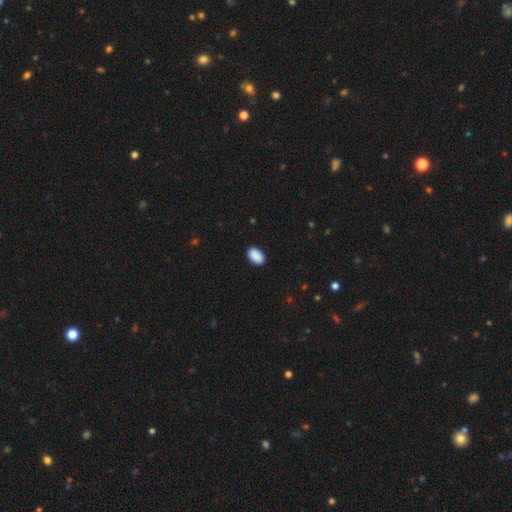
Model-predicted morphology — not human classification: Q: Smooth or featured?
A: smooth (91%); runner-up: star or artifact (7%)
Q: How rounded?
A: in between (91%); runner-up: round (8%)
Q: Merging?
A: none (88%); runner-up: minor disturbance (9%)